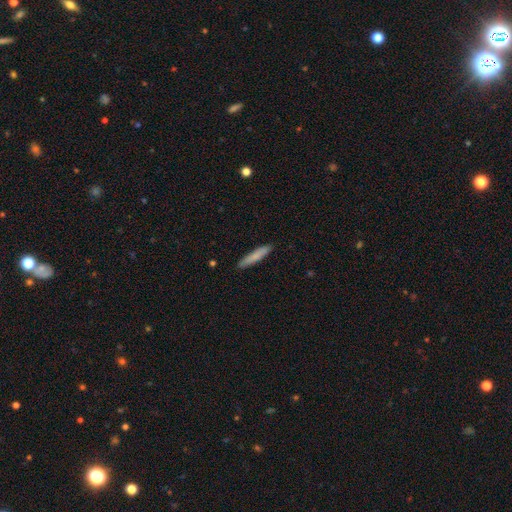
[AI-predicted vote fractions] This is likely a smooth galaxy (79%). How rounded: clearly cigar-shaped (92%). Merging: clearly none (90%).